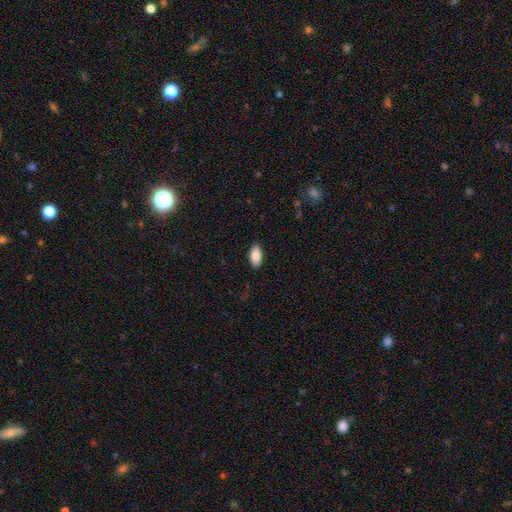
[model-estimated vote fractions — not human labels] Smooth or featured? Predicted: smooth (p=0.86). How rounded? Predicted: in between (p=0.93). Merging? Predicted: none (p=0.89).